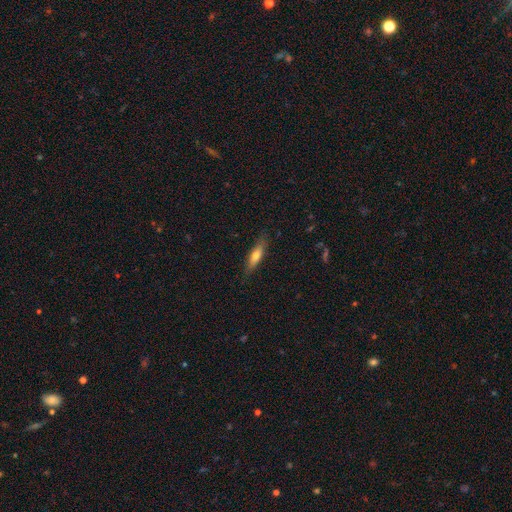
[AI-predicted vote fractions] A smooth galaxy with no disk features (62%) that is cigar-shaped (67%).

Vote fractions:
- Smooth or featured? smooth: 62% / featured or disk: 31% / star or artifact: 6%
- How rounded? cigar-shaped: 67% / in between: 31% / round: 2%
- Merging? none: 82% / minor disturbance: 14% / major disturbance: 3% / merger: 1%